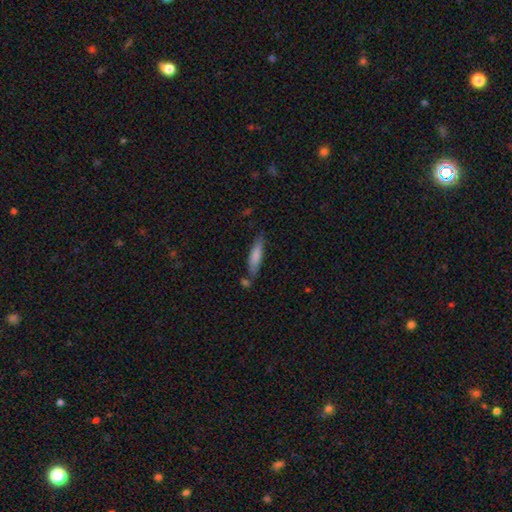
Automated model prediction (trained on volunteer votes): Smooth or featured? smooth (79%)
How rounded? cigar-shaped (69%)
Merging? none (66%)